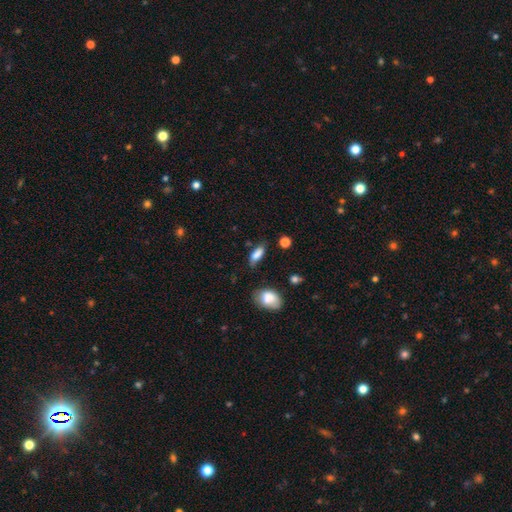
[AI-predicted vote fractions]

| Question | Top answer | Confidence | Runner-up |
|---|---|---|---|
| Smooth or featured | smooth | 81% | featured or disk (11%) |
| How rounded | in between | 66% | cigar-shaped (30%) |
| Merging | none | 65% | minor disturbance (23%) |